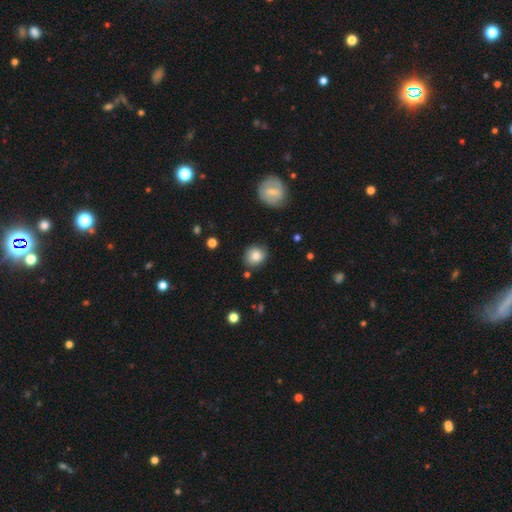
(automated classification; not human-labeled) Smooth or featured? smooth (77%)
How rounded? round (81%)
Merging? none (81%)